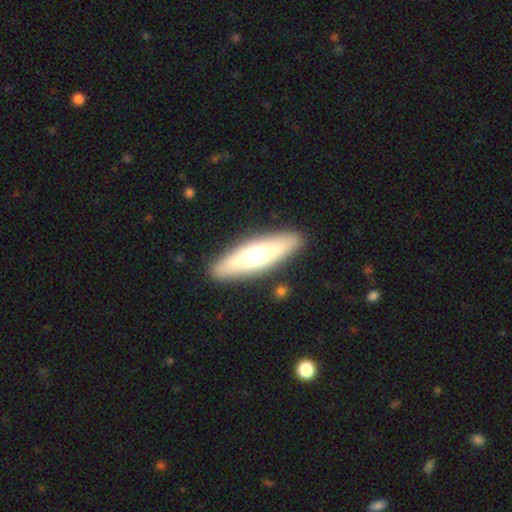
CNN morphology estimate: Smooth or featured? smooth (54%)
How rounded? cigar-shaped (60%)
Merging? none (88%)